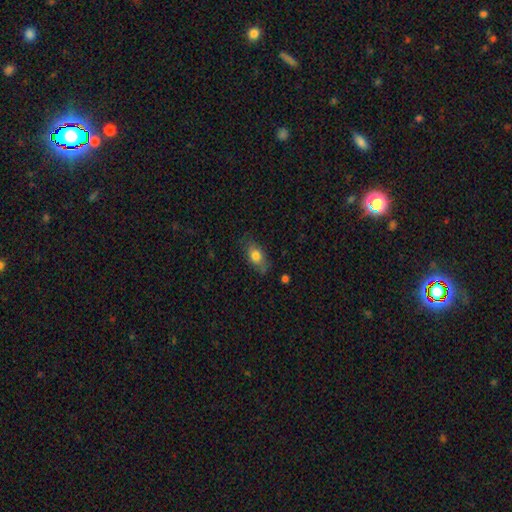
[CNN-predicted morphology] Smooth or featured? smooth (75%)
How rounded? in between (84%)
Merging? none (72%)